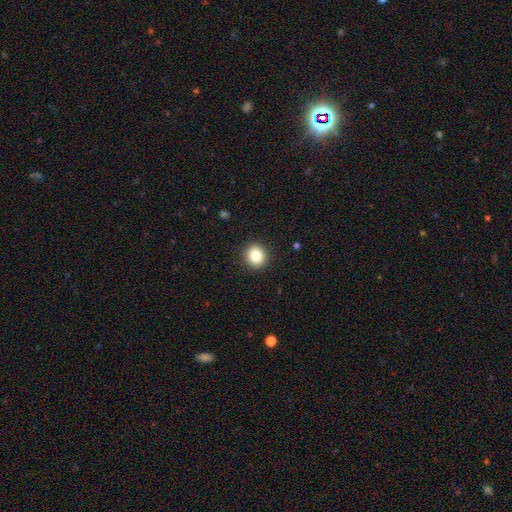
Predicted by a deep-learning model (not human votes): Smooth or featured: smooth — 83% (star or artifact — 10%)
How rounded: round — 92% (in between — 7%)
Merging: none — 92% (minor disturbance — 5%)